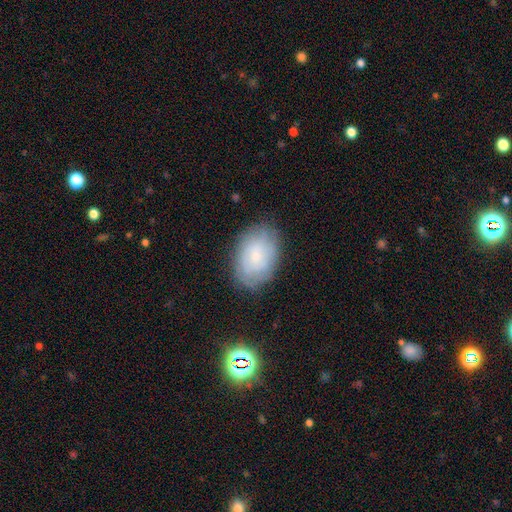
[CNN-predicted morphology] A smooth galaxy with no disk features (49%). Merging: none (78%).